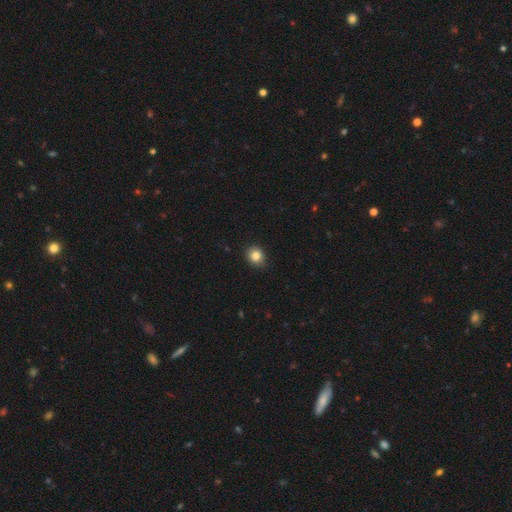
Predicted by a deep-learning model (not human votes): This is clearly a smooth galaxy (84%). How rounded: likely round (70%). Merging: clearly none (88%).